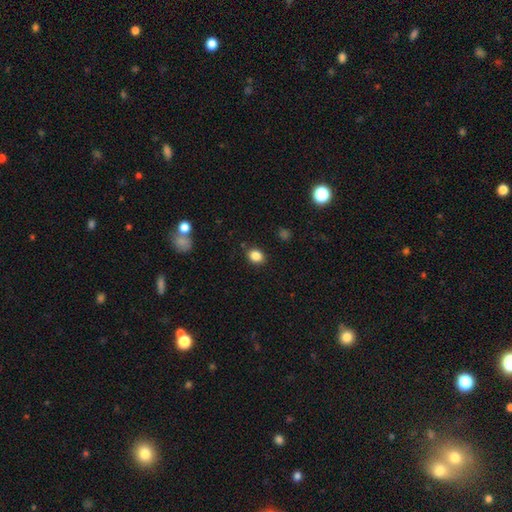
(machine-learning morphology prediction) The model was most divided on "how rounded": round: 52%, in between: 47%, cigar-shaped: 1%. More confident: merging — none (86%); smooth or featured — smooth (85%).